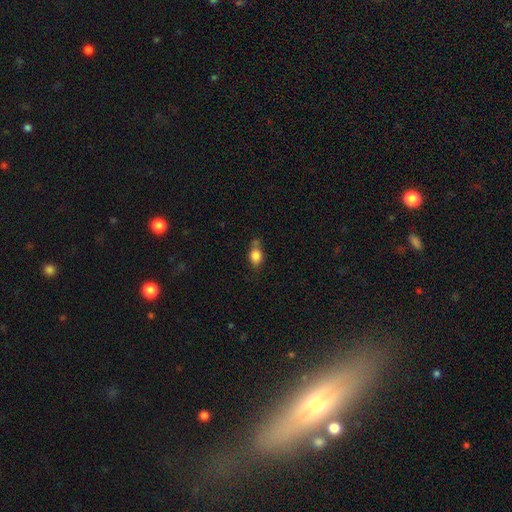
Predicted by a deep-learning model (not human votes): smooth_or_featured: smooth (p=0.82) [alt: star or artifact p=0.09]
how_rounded: in between (p=0.61) [alt: round p=0.36]
merging: none (p=0.55) [alt: minor disturbance p=0.26]